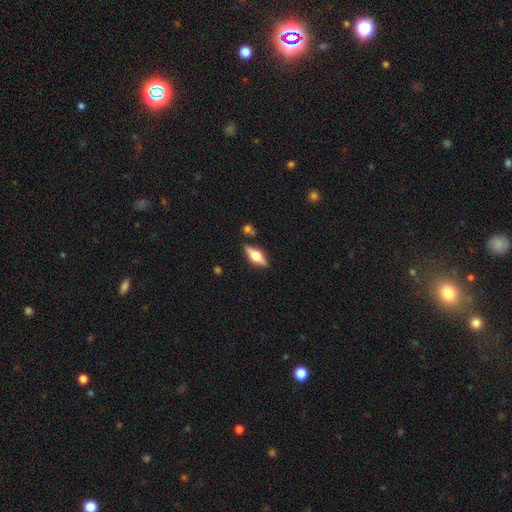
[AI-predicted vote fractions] Smooth or featured? featured or disk (68%)
Edge-on disk? yes (95%)
Edge-on bulge? rounded (93%)
Merging? none (83%)